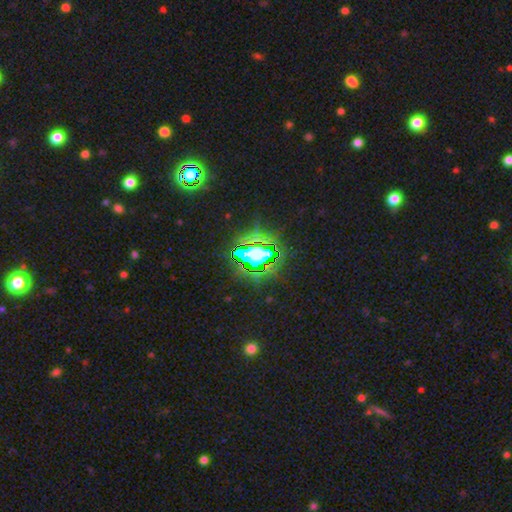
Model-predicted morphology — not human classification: Overall: star or artifact (74%).